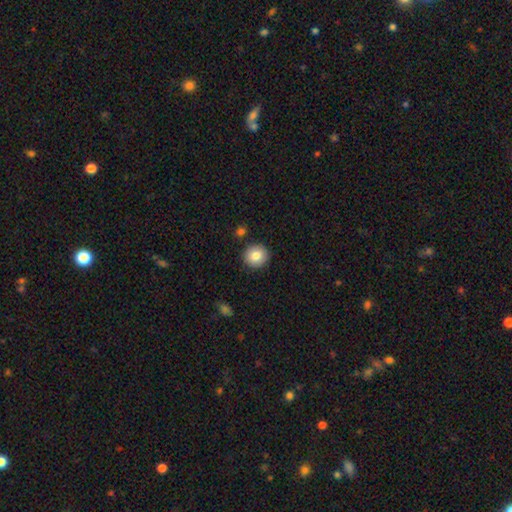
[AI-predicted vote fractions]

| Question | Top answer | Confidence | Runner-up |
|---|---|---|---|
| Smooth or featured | smooth | 83% | star or artifact (8%) |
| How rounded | round | 92% | in between (7%) |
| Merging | none | 89% | minor disturbance (6%) |